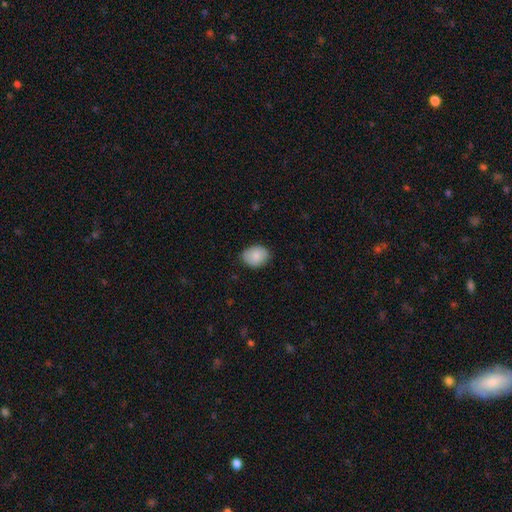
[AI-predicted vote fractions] Smooth or featured? smooth (85%)
How rounded? in between (62%)
Merging? none (80%)